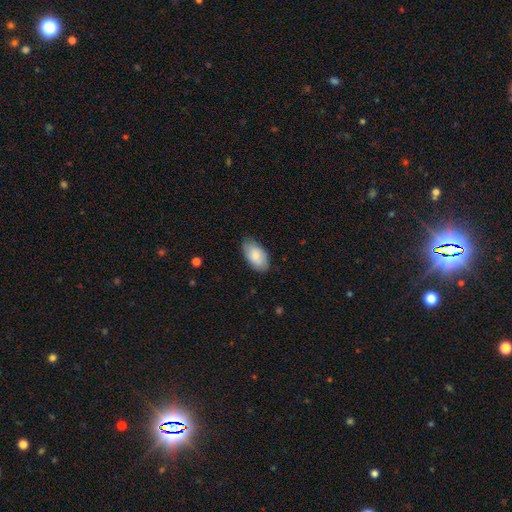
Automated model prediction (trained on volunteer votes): Morphology: type=smooth (81%); roundness=in between (95%); merging=none (80%).